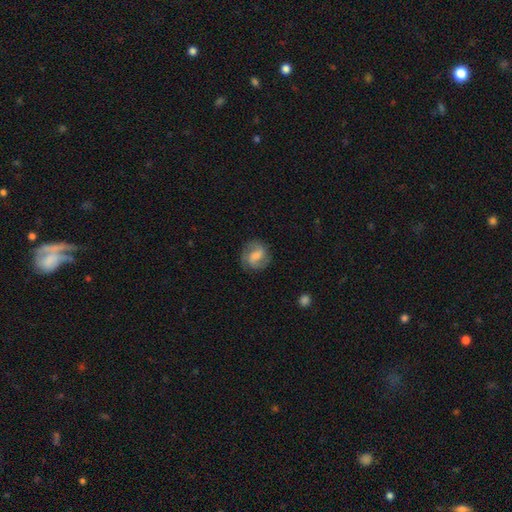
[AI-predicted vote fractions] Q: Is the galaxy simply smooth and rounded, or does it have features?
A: featured or disk — 65%.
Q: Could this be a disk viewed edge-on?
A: no — 97%.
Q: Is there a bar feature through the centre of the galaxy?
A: weak — 51%.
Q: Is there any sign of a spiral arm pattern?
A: yes — 92%.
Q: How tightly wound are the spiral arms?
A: medium — 49%.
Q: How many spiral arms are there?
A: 2 — 73%.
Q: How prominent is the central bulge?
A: moderate — 39%.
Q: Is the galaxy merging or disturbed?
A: none — 78%.